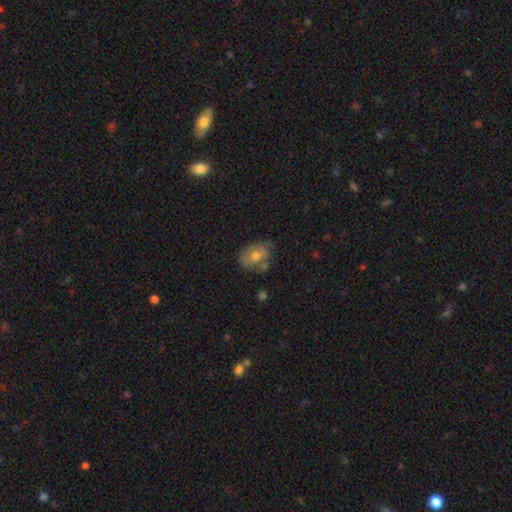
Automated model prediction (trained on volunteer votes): Q: Smooth or featured?
A: smooth (62%); runner-up: featured or disk (28%)
Q: How rounded?
A: in between (67%); runner-up: round (32%)
Q: Merging?
A: none (59%); runner-up: minor disturbance (26%)